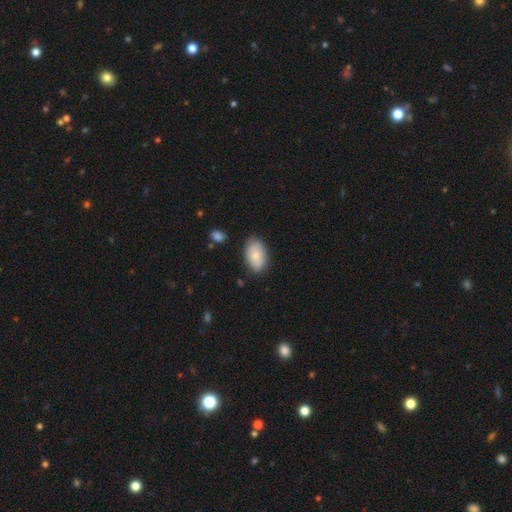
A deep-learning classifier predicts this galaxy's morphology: Smooth or featured? smooth (78%)
How rounded? in between (92%)
Merging? none (80%)